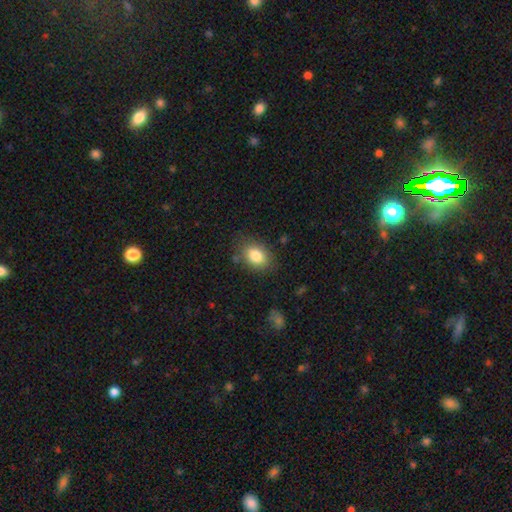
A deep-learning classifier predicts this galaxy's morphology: smooth 83%, featured or disk 9%, star or artifact 9%. Down the decision tree: how rounded — in between (74%); merging — none (80%).